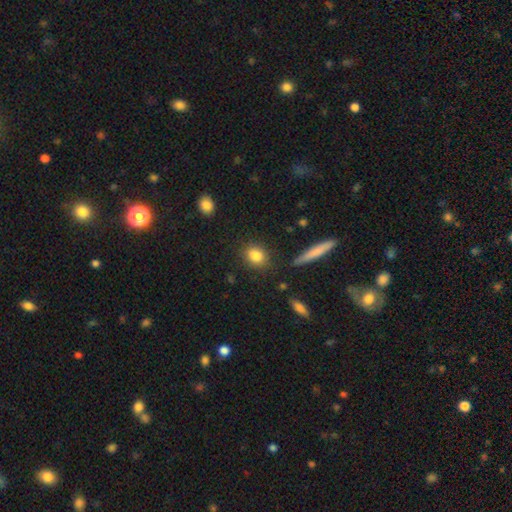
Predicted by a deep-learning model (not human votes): Smooth or featured? Predicted: smooth (p=0.85). How rounded? Predicted: round (p=0.52). Merging? Predicted: none (p=0.84).